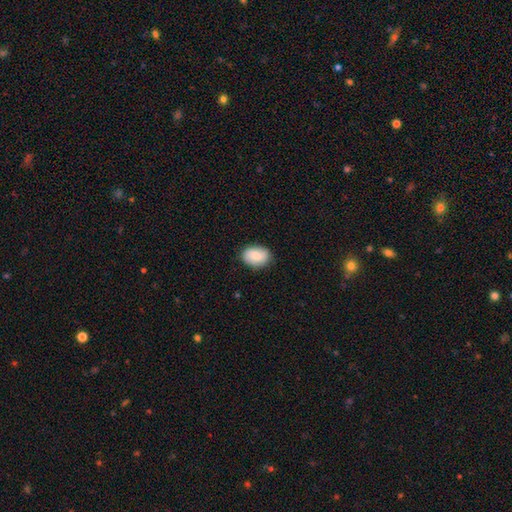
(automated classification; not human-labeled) Q: Smooth or featured?
A: smooth (79%); runner-up: featured or disk (15%)
Q: How rounded?
A: in between (71%); runner-up: round (28%)
Q: Merging?
A: none (84%); runner-up: minor disturbance (13%)